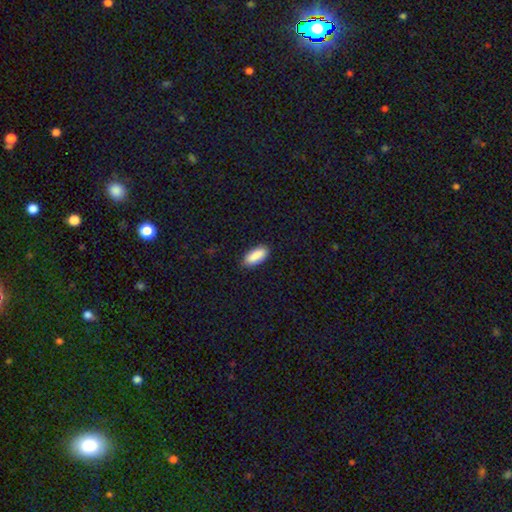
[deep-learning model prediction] Smooth or featured: smooth — 90% (star or artifact — 6%)
How rounded: in between — 86% (cigar-shaped — 12%)
Merging: none — 88% (minor disturbance — 10%)